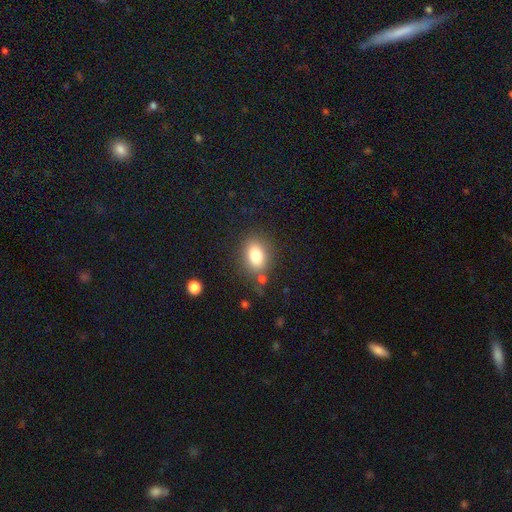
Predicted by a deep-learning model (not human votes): Smooth or featured: smooth — 82% (star or artifact — 9%)
How rounded: in between — 74% (round — 25%)
Merging: none — 77% (minor disturbance — 13%)